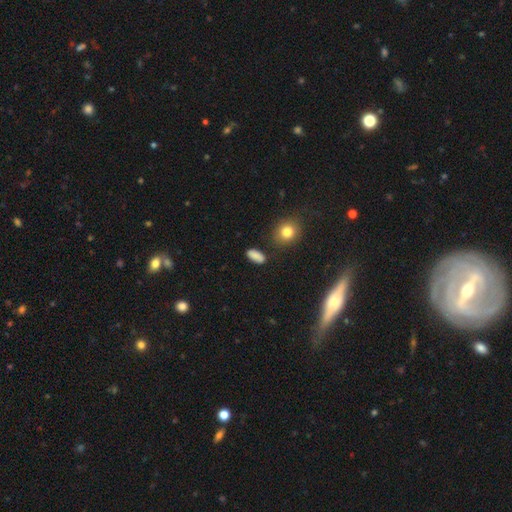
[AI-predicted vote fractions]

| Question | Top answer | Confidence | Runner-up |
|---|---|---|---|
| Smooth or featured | smooth | 83% | star or artifact (11%) |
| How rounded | in between | 83% | cigar-shaped (11%) |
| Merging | none | 80% | minor disturbance (13%) |